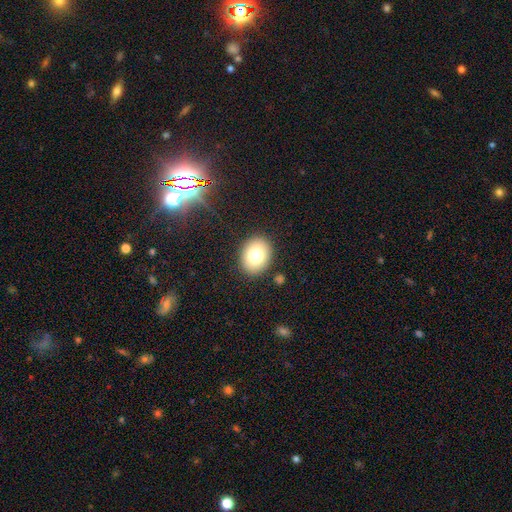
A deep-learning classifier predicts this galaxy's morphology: smooth_or_featured: smooth (p=0.76) [alt: featured or disk p=0.13]
how_rounded: in between (p=0.55) [alt: round p=0.44]
merging: none (p=0.88) [alt: minor disturbance p=0.08]